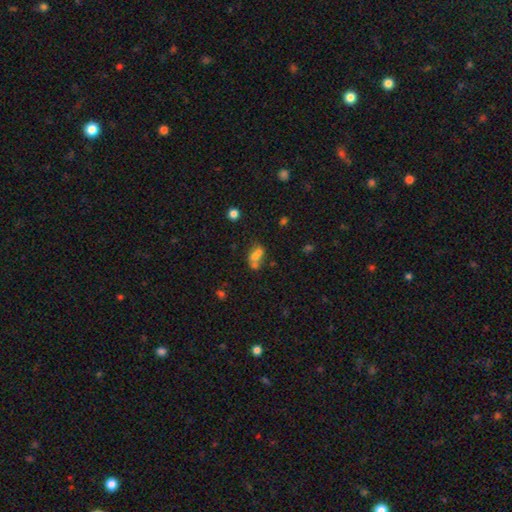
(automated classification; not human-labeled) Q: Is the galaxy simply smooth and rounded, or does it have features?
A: smooth — 58%.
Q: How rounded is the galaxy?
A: in between — 61%.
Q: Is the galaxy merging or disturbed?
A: merger — 54%.